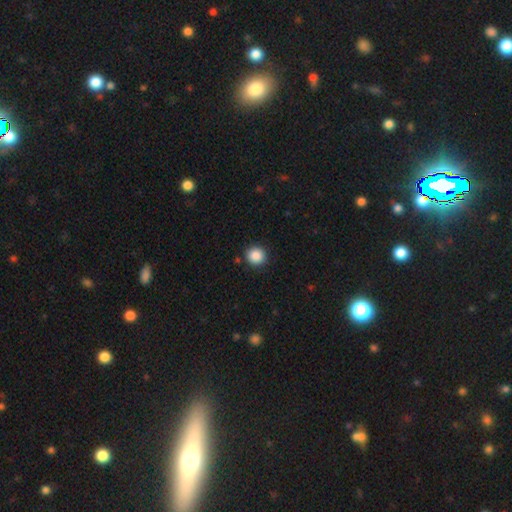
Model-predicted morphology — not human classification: Smooth or featured? smooth (88%)
How rounded? round (90%)
Merging? none (90%)